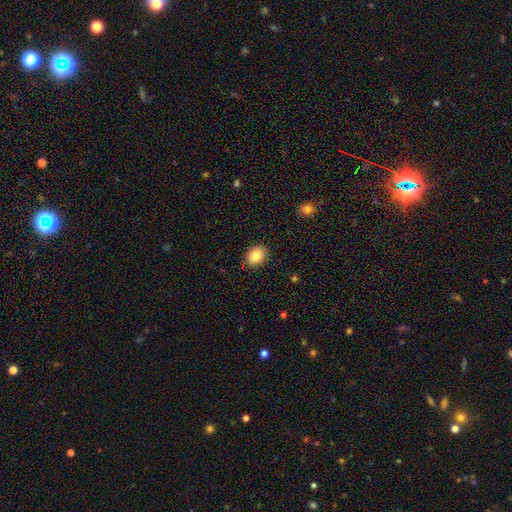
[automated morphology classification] Smooth or featured? Predicted: smooth (p=0.87). How rounded? Predicted: in between (p=0.64). Merging? Predicted: none (p=0.87).